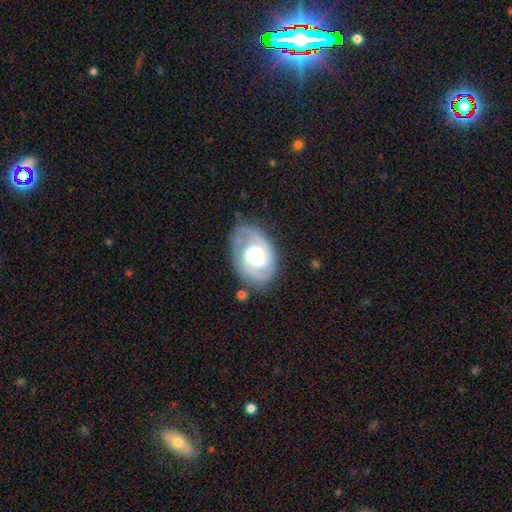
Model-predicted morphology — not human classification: The model was most divided on "bulge size": large: 46%, moderate: 40%, small: 7%, dominant: 5%, none: 2%. More confident: edge-on disk — no (97%); spiral arms — yes (87%); smooth or featured — featured or disk (77%); merging — none (66%); spiral arm count — 2 (61%); bar — no (53%); spiral winding — tight (52%).